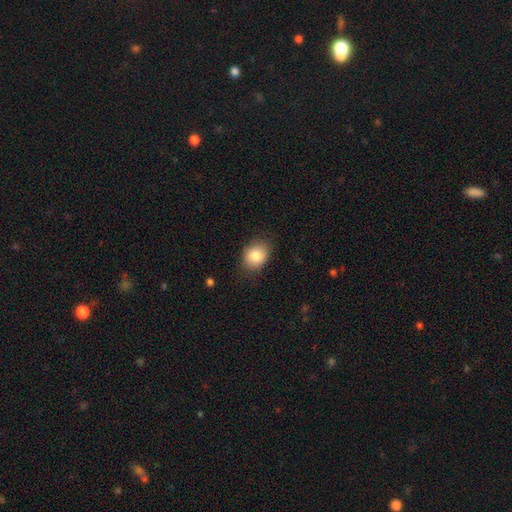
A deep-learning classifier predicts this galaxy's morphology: Smooth or featured?
  - smooth: 83% *
  - featured or disk: 9%
  - star or artifact: 8%
How rounded?
  - in between: 55% *
  - round: 44%
  - cigar-shaped: 1%
Merging?
  - none: 81% *
  - minor disturbance: 15%
  - major disturbance: 3%
  - merger: 1%